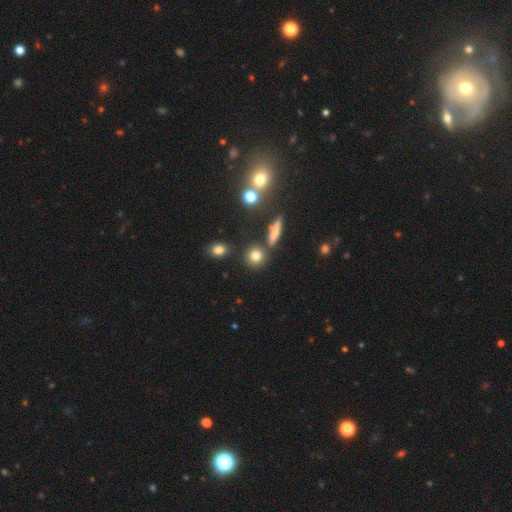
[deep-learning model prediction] A smooth galaxy with no disk features (77%) that is round (83%).

Vote fractions:
- Smooth or featured? smooth: 77% / star or artifact: 14% / featured or disk: 9%
- How rounded? round: 83% / in between: 13% / cigar-shaped: 4%
- Merging? none: 78% / merger: 10% / minor disturbance: 9% / major disturbance: 3%